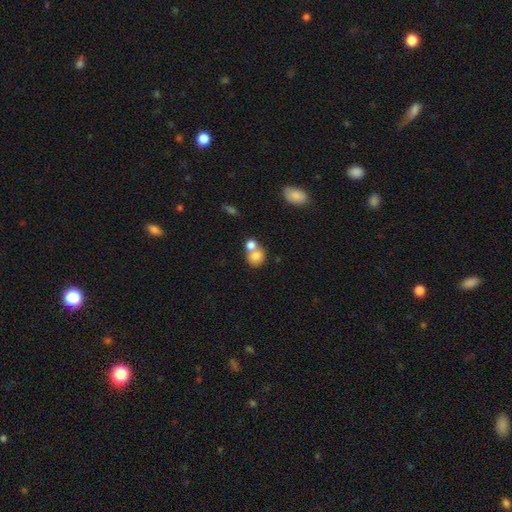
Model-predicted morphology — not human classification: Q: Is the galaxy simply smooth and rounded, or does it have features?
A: smooth — 78%.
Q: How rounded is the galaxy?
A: round — 66%.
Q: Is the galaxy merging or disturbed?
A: merger — 55%.